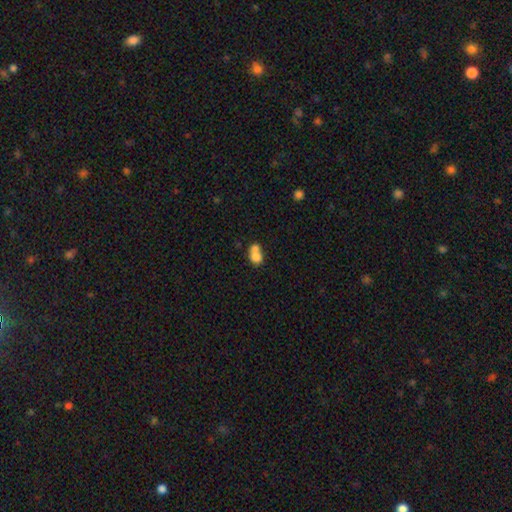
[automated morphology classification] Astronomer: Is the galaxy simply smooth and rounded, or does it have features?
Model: smooth — 75%.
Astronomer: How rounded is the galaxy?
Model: round — 56% (runner-up: in between, 43%).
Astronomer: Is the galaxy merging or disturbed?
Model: merger — 63%.